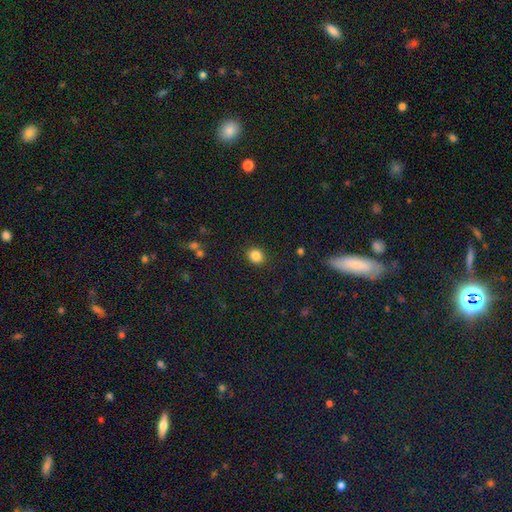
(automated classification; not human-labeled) This is clearly a smooth galaxy (85%). How rounded: likely round (73%). Merging: clearly none (89%).